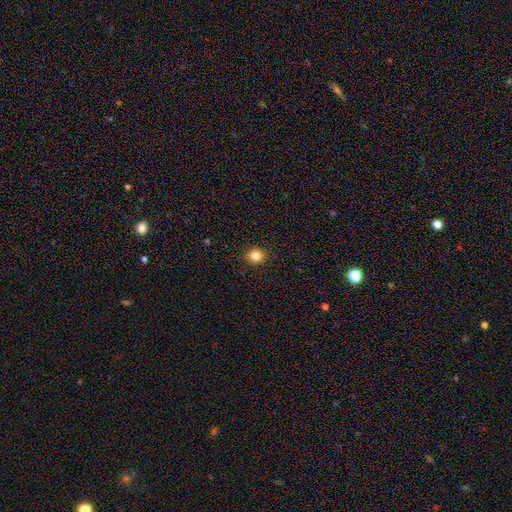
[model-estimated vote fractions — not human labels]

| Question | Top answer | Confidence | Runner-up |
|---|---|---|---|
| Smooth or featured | smooth | 83% | star or artifact (12%) |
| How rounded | round | 88% | in between (11%) |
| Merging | none | 92% | minor disturbance (5%) |